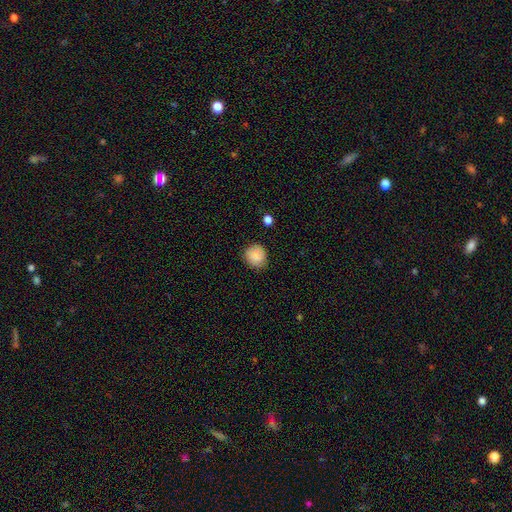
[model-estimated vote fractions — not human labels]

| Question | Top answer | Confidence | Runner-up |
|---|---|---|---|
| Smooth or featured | smooth | 87% | star or artifact (8%) |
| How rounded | round | 87% | in between (12%) |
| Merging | none | 81% | minor disturbance (14%) |